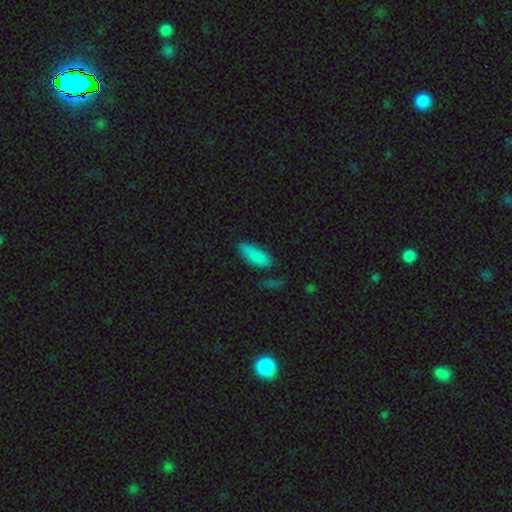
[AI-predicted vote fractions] This appears to be a smooth galaxy with no disk features (85%) that is in between round and cigar-shaped (75%). Merging: none (74%).